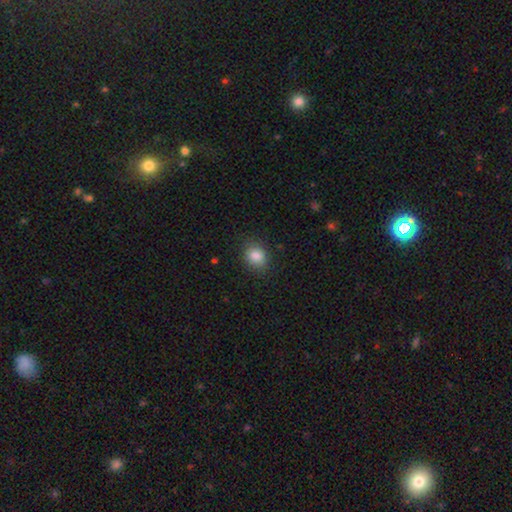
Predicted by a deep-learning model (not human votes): This appears to be a smooth galaxy with no disk features (86%) that is round (52%). Merging: none (82%).